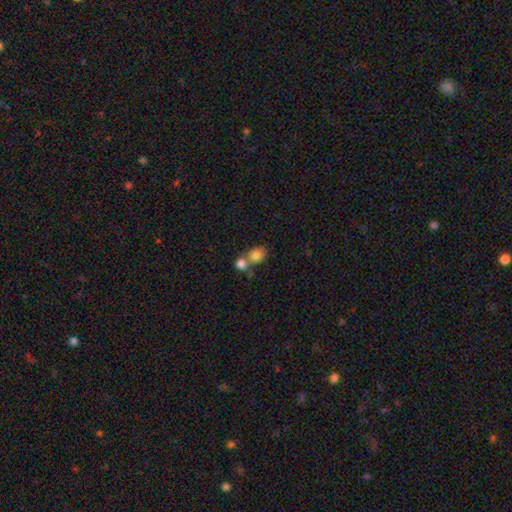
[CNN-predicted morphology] smooth-or-featured: smooth: 80% | featured or disk: 10% | star or artifact: 9%
  how-rounded: round: 59% | in between: 40% | cigar-shaped: 1%
  merging: merger: 54% | none: 35% | minor disturbance: 8% | major disturbance: 3%